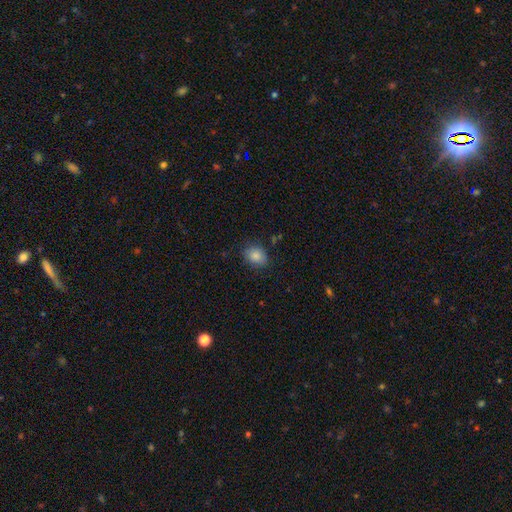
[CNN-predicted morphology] Overall: smooth (86%). How rounded: in between (53%; round 47%). Merging: none (82%).